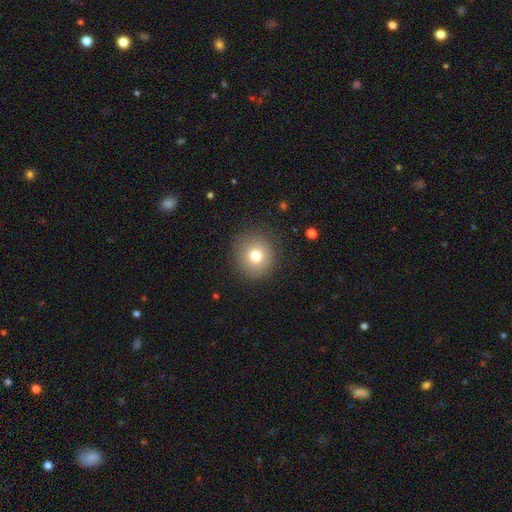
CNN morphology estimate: smooth_or_featured: smooth (p=0.76) [alt: star or artifact p=0.12]
how_rounded: round (p=0.91) [alt: in between p=0.08]
merging: none (p=0.87) [alt: minor disturbance p=0.08]